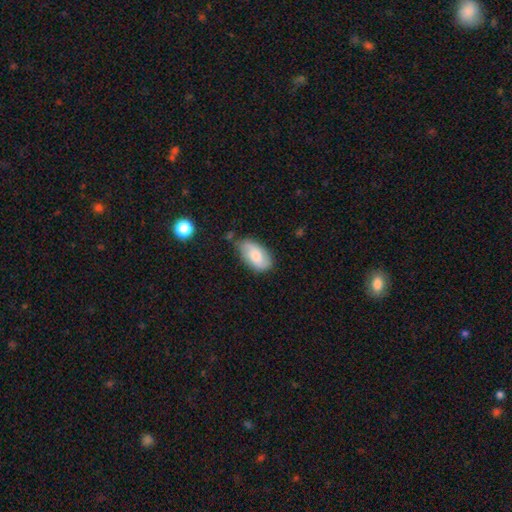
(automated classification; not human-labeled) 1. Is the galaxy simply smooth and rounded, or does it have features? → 65% smooth, 28% featured or disk, 7% star or artifact.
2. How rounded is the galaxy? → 93% in between, 4% round, 2% cigar-shaped.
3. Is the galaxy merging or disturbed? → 68% none, 24% minor disturbance, 5% major disturbance, 3% merger.